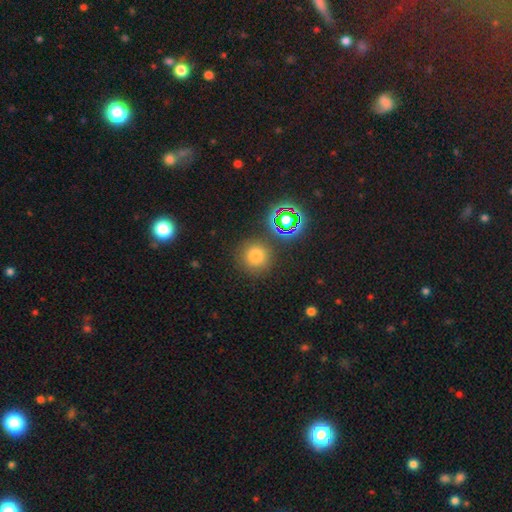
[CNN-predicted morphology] The model was most divided on "smooth or featured": smooth: 73%, star or artifact: 21%, featured or disk: 7%. More confident: how rounded — round (94%); merging — none (84%).